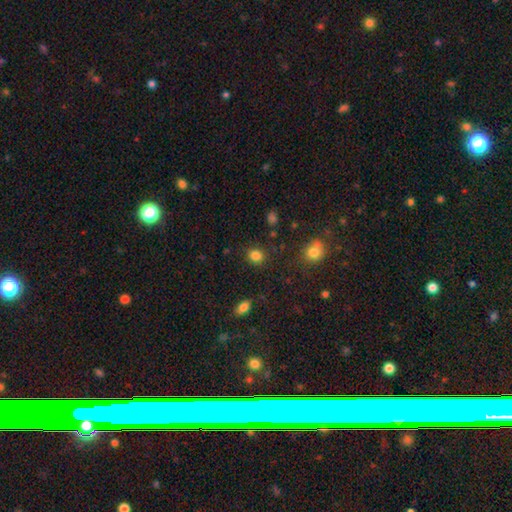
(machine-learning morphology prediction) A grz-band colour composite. It shows a smooth galaxy with no disk features (83%) that is round (72%). Merging: none (84%).